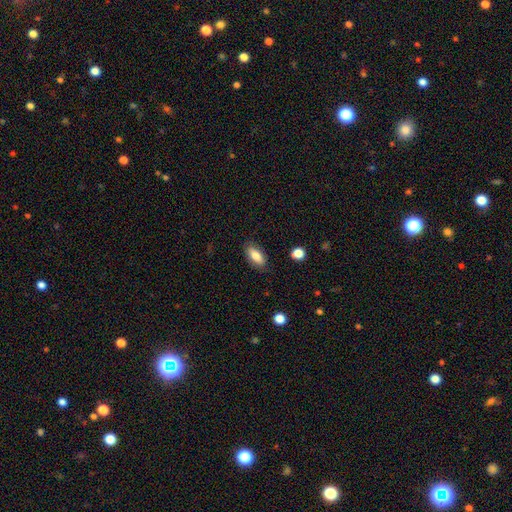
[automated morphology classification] smooth 80%, featured or disk 12%, star or artifact 7%. Down the decision tree: how rounded — in between (84%); merging — none (86%).